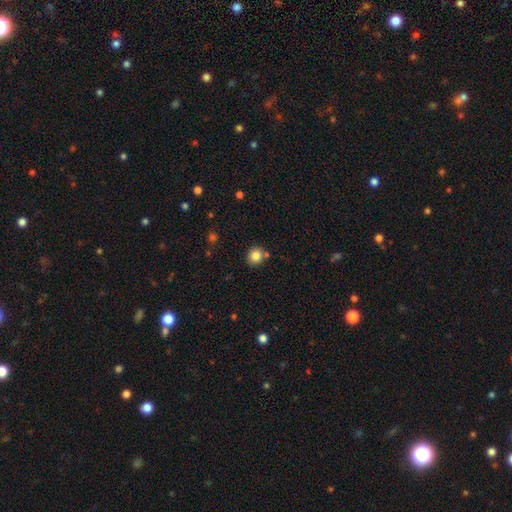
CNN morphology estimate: Q: Smooth or featured?
A: smooth (83%); runner-up: star or artifact (11%)
Q: How rounded?
A: round (82%); runner-up: in between (17%)
Q: Merging?
A: none (80%); runner-up: minor disturbance (9%)